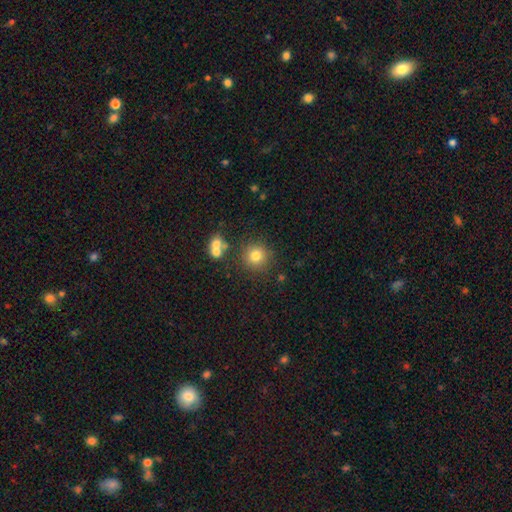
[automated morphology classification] type=smooth (78%); roundness=round (93%); merging=none (82%).